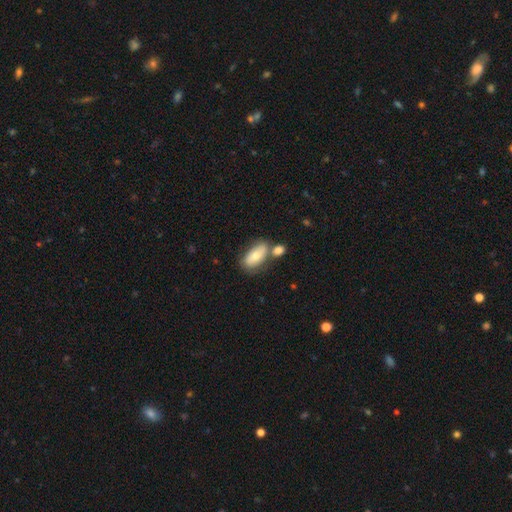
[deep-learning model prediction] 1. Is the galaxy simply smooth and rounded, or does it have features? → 68% smooth, 25% featured or disk, 7% star or artifact.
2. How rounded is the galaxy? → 88% in between, 8% cigar-shaped, 4% round.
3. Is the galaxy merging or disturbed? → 52% none, 28% merger, 15% minor disturbance, 5% major disturbance.